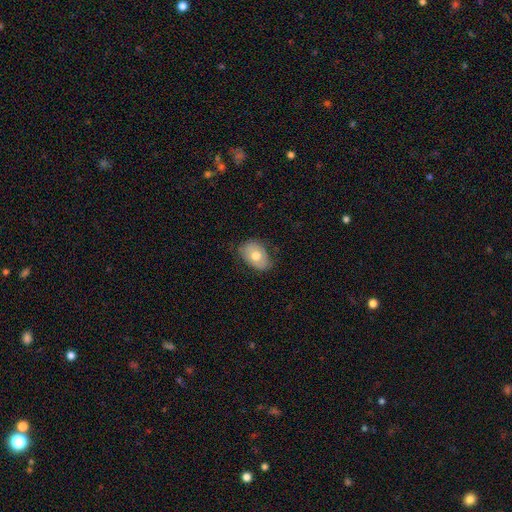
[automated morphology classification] Q: Smooth or featured?
A: smooth (66%); runner-up: featured or disk (27%)
Q: How rounded?
A: in between (79%); runner-up: round (20%)
Q: Merging?
A: none (70%); runner-up: minor disturbance (23%)